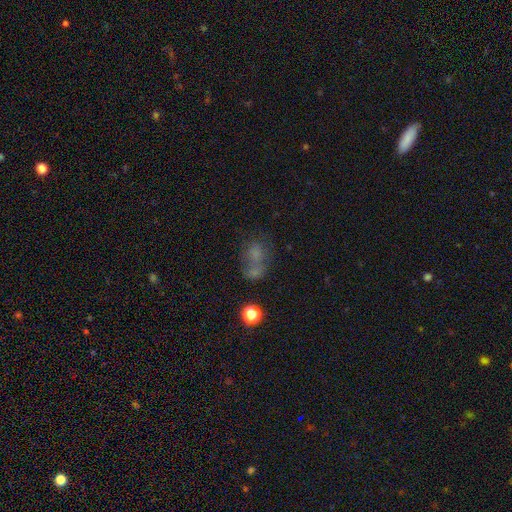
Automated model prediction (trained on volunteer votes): A smooth galaxy with no disk features (58%) that is in between round and cigar-shaped (56%).

Vote fractions:
- Smooth or featured? smooth: 58% / star or artifact: 22% / featured or disk: 20%
- How rounded? in between: 56% / round: 42% / cigar-shaped: 2%
- Merging? merger: 40% / none: 34% / minor disturbance: 13% / major disturbance: 13%